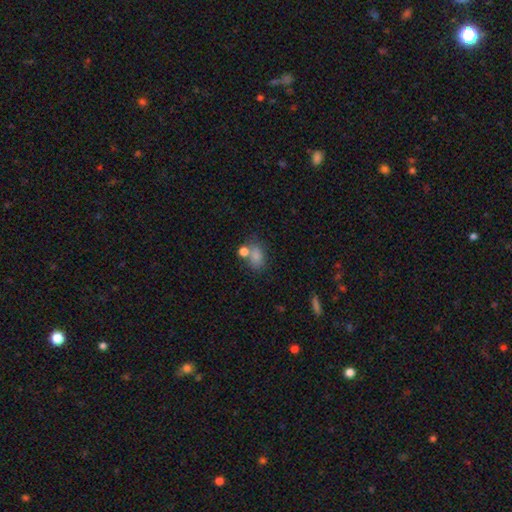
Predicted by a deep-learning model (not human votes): smooth 79%, star or artifact 12%, featured or disk 9%. Down the decision tree: how rounded — in between (71%); merging — none (49%).